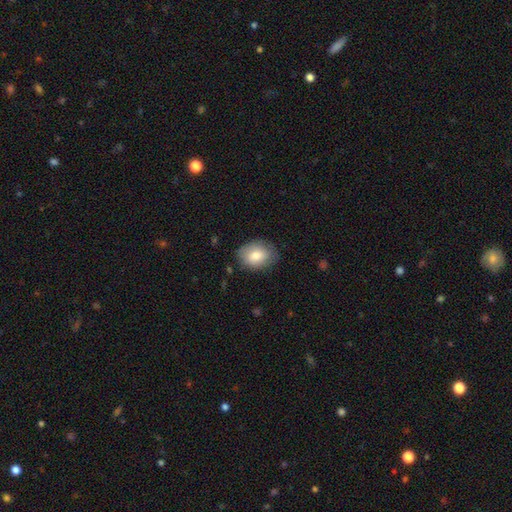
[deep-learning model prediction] Q: Smooth or featured?
A: smooth (77%); runner-up: featured or disk (16%)
Q: How rounded?
A: in between (69%); runner-up: round (31%)
Q: Merging?
A: none (79%); runner-up: minor disturbance (16%)